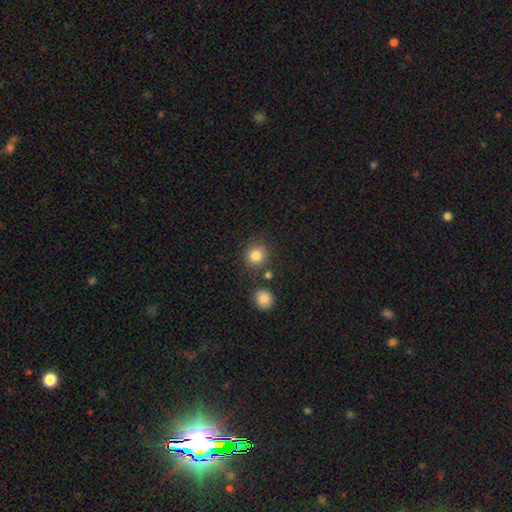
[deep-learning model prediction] Overall: smooth (83%). How rounded: round (90%). Merging: none (80%).